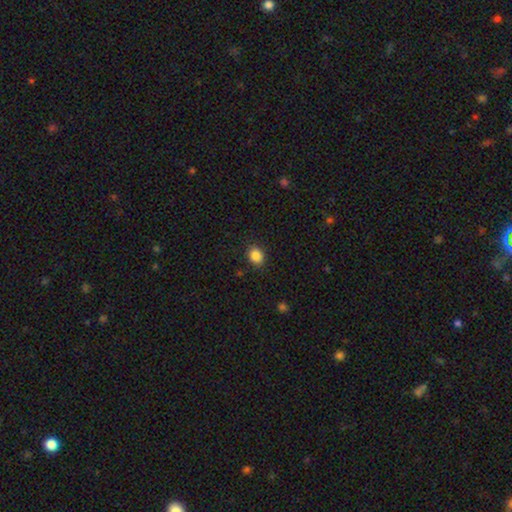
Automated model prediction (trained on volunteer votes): Smooth or featured?
  - smooth: 87% *
  - star or artifact: 10%
  - featured or disk: 4%
How rounded?
  - round: 59% *
  - in between: 40%
  - cigar-shaped: 1%
Merging?
  - none: 87% *
  - minor disturbance: 9%
  - major disturbance: 3%
  - merger: 1%